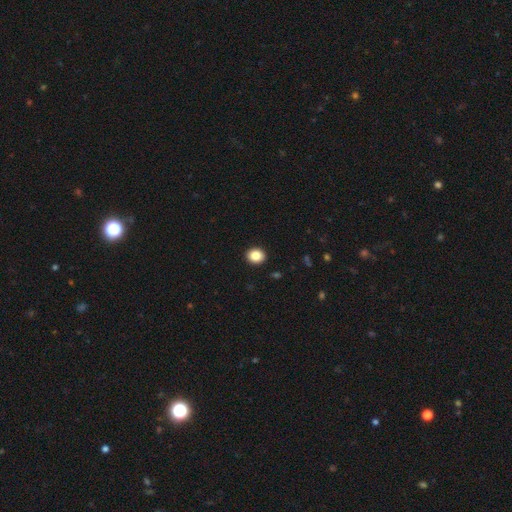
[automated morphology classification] Smooth or featured?
  - smooth: 86% *
  - star or artifact: 9%
  - featured or disk: 5%
How rounded?
  - round: 62% *
  - in between: 37%
  - cigar-shaped: 1%
Merging?
  - none: 92% *
  - minor disturbance: 5%
  - major disturbance: 2%
  - merger: 1%